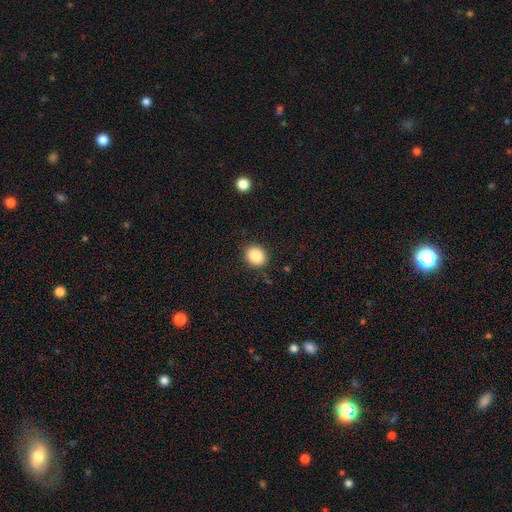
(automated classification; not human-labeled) The model was most divided on "how rounded": round: 64%, in between: 35%, cigar-shaped: 1%. More confident: merging — none (89%); smooth or featured — smooth (86%).